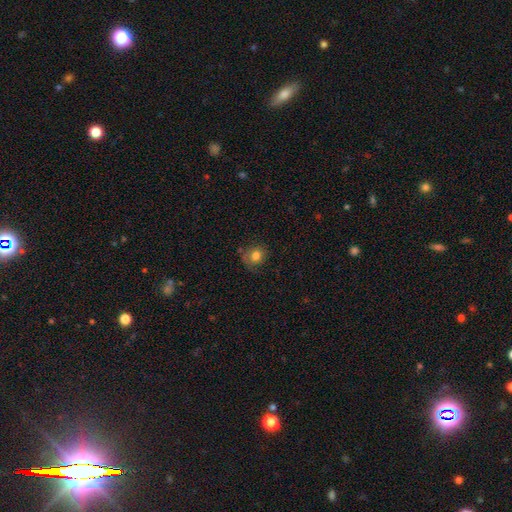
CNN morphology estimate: Overall: smooth (79%). How rounded: round (69%; in between 30%). Merging: none (68%).